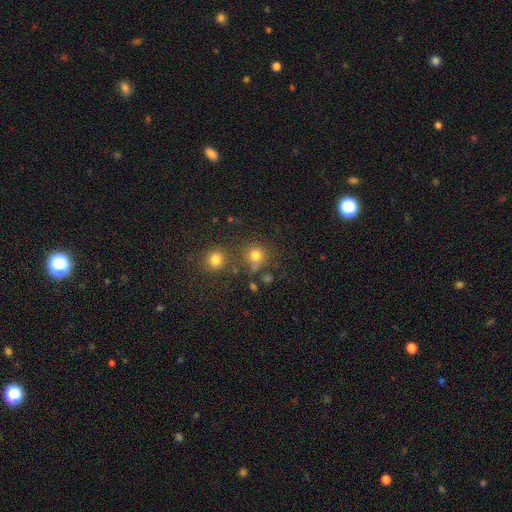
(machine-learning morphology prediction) smooth 76%, star or artifact 17%, featured or disk 7%. Down the decision tree: how rounded — round (89%); merging — none (68%).